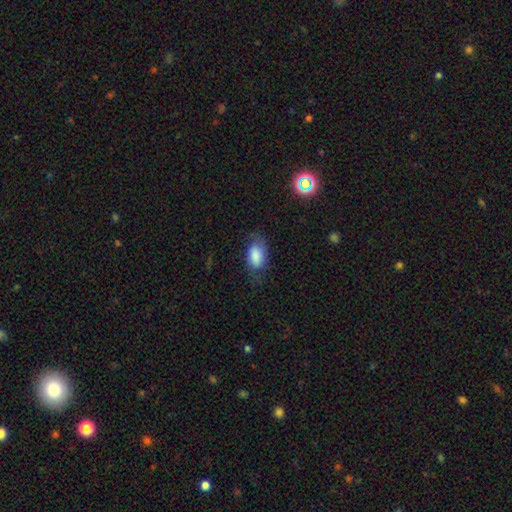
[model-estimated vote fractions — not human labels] Smooth or featured? smooth (76%)
How rounded? in between (91%)
Merging? none (57%)